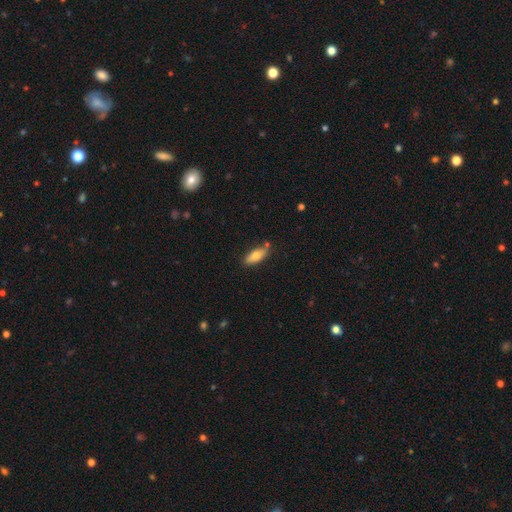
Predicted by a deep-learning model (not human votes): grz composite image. It shows a smooth galaxy with no disk features (77%) that is in between round and cigar-shaped (71%). Merging: none (74%).